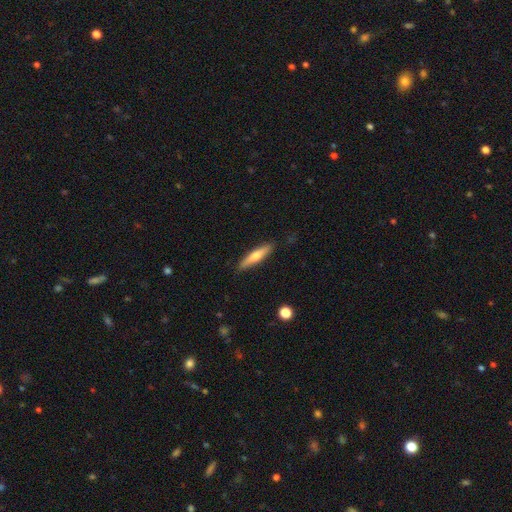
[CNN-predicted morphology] Smooth or featured: smooth — 57% (featured or disk — 37%)
How rounded: cigar-shaped — 84% (in between — 14%)
Merging: none — 88% (minor disturbance — 9%)